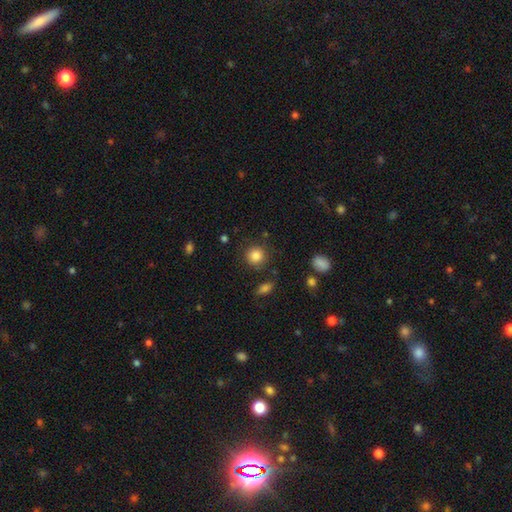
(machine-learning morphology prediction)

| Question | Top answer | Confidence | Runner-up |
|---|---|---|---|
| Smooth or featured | smooth | 85% | star or artifact (10%) |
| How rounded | round | 90% | in between (9%) |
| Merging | none | 85% | minor disturbance (9%) |